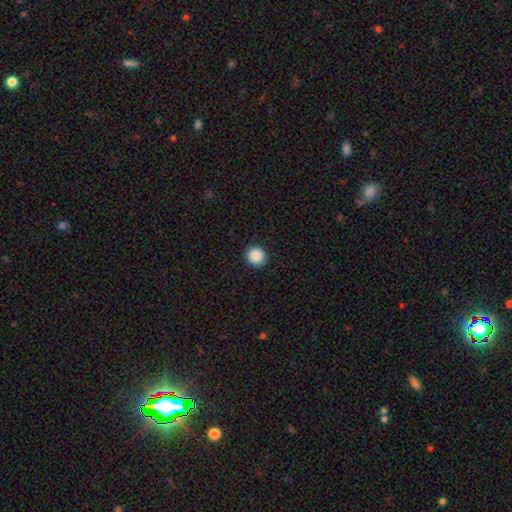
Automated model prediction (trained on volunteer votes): Q: Smooth or featured?
A: smooth (88%); runner-up: star or artifact (9%)
Q: How rounded?
A: round (92%); runner-up: in between (7%)
Q: Merging?
A: none (93%); runner-up: minor disturbance (5%)